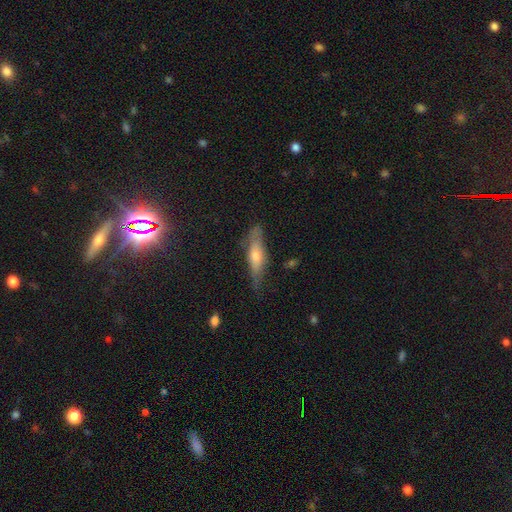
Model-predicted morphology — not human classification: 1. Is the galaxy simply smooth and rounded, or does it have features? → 47% featured or disk, 44% smooth, 9% star or artifact.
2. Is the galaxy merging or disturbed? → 72% none, 22% minor disturbance, 5% major disturbance, 2% merger.